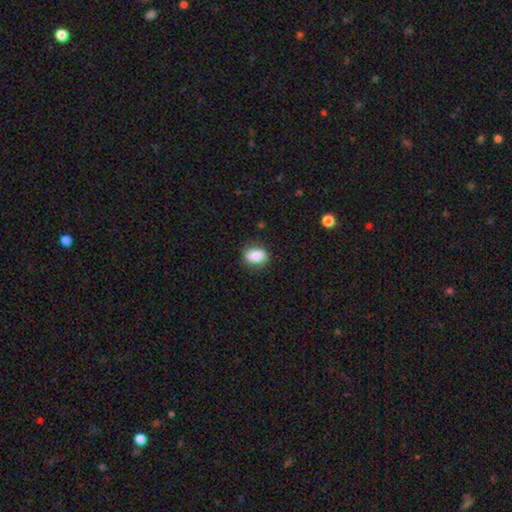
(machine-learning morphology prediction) smooth_or_featured: smooth (p=0.82) [alt: featured or disk p=0.10]
how_rounded: in between (p=0.63) [alt: round p=0.36]
merging: none (p=0.84) [alt: minor disturbance p=0.12]